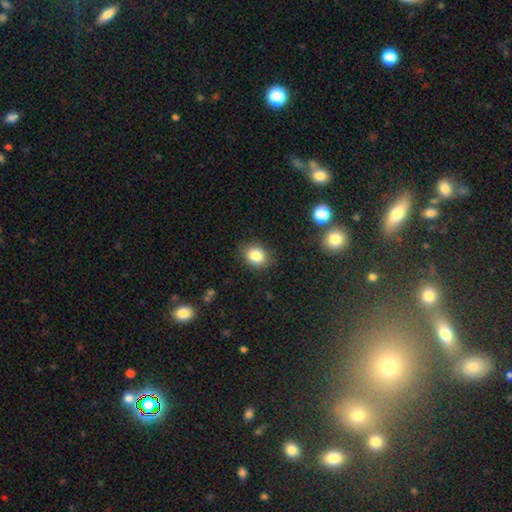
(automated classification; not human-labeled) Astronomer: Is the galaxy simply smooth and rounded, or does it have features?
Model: smooth — 83%.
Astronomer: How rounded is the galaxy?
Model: round — 50% (runner-up: in between, 49%).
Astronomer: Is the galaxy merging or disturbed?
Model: none — 84%.